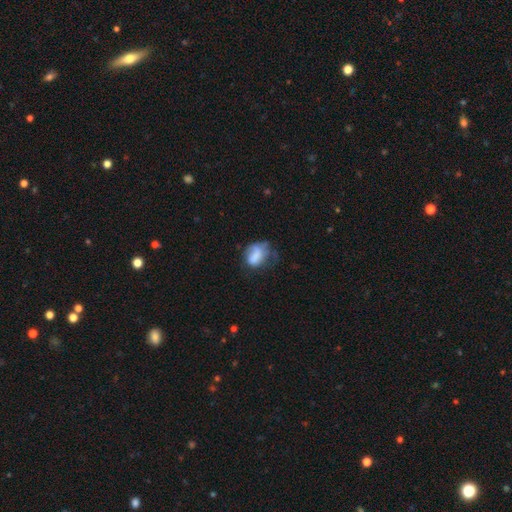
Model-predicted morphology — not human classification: Smooth or featured? smooth (68%)
How rounded? in between (69%)
Merging? major disturbance (34%)